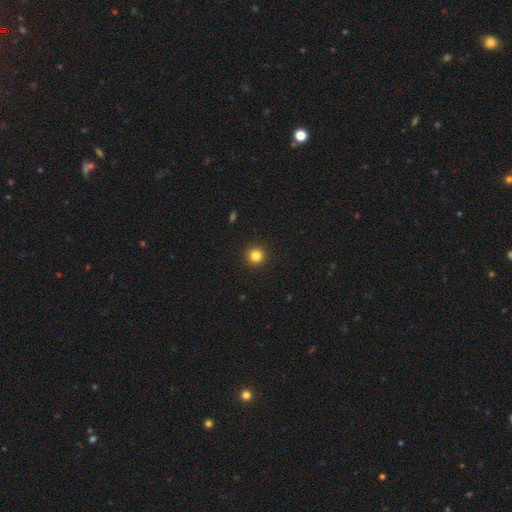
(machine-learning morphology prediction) This is clearly a smooth galaxy (83%). How rounded: clearly round (96%). Merging: clearly none (93%).